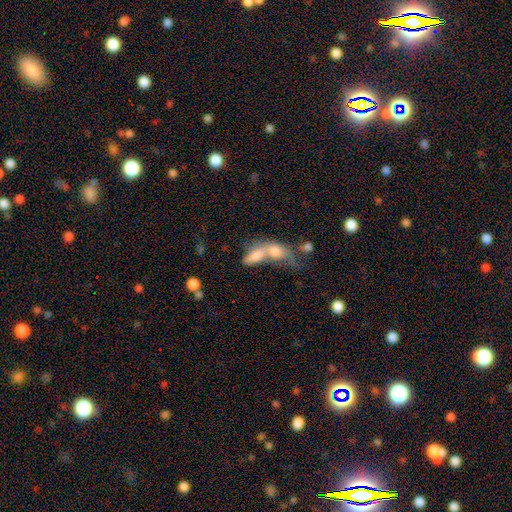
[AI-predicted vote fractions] A smooth galaxy with no disk features (71%) that is in between round and cigar-shaped (75%). Merging: merger (74%).